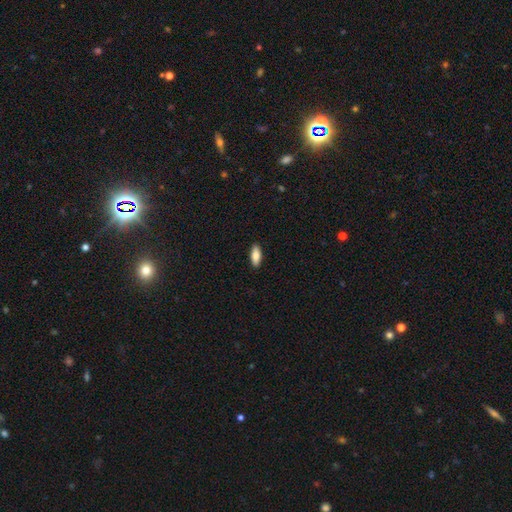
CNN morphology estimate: The model was most divided on "how rounded": in between: 74%, cigar-shaped: 24%, round: 2%. More confident: merging — none (90%); smooth or featured — smooth (83%).